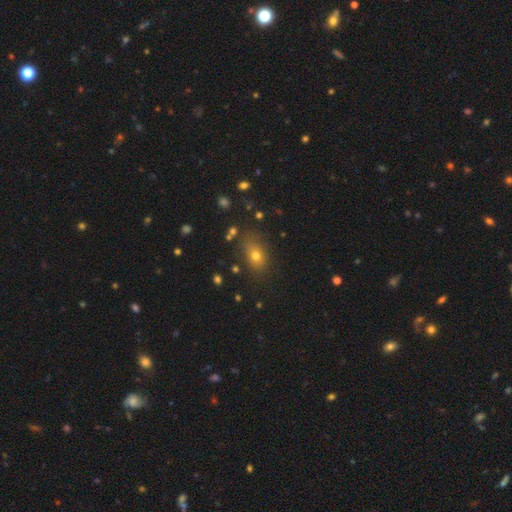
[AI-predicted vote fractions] The model was most divided on "how rounded": in between: 68%, round: 29%, cigar-shaped: 3%. More confident: merging — none (74%); smooth or featured — smooth (71%).